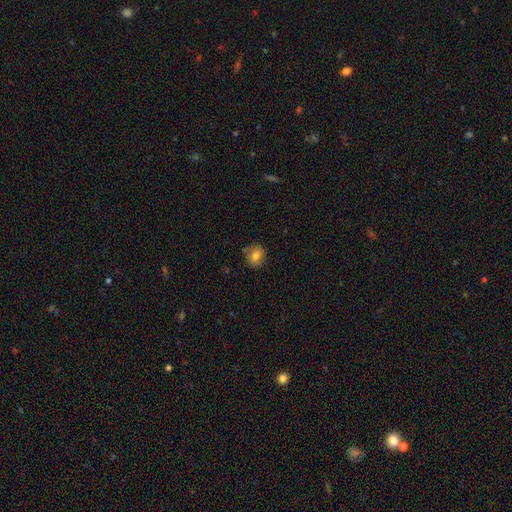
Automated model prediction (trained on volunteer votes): This is likely a smooth galaxy (75%). How rounded: likely round (77%). Merging: likely none (78%).